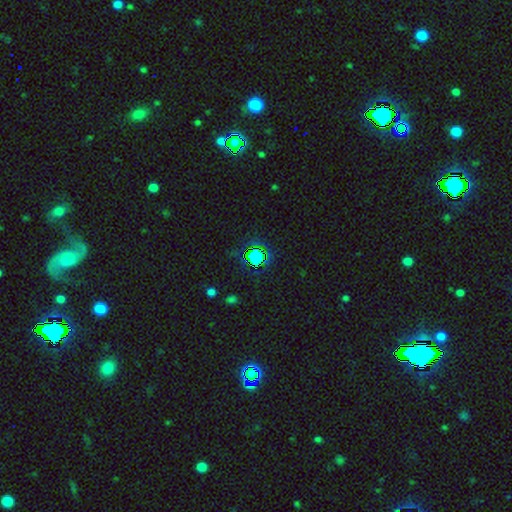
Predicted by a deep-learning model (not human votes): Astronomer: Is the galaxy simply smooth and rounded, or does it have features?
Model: star or artifact — 69%.